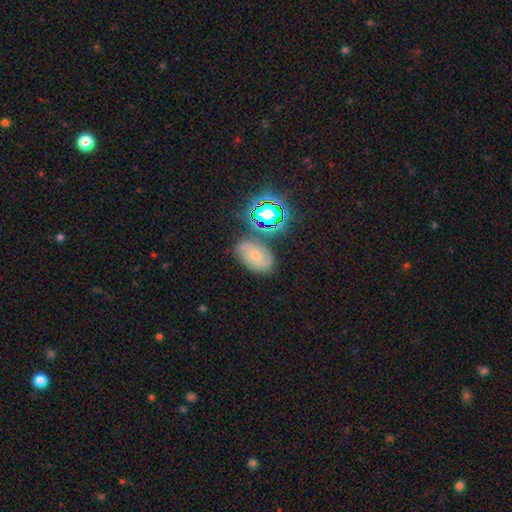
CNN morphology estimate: Smooth or featured: smooth — 48% (featured or disk — 32%)
Merging: none — 68% (minor disturbance — 19%)